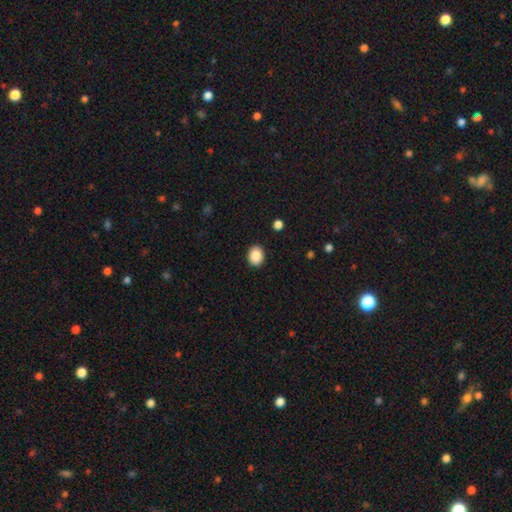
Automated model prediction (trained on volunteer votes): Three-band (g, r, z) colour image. It shows a smooth galaxy with no disk features (88%) that is round (55%). Merging: none (90%).